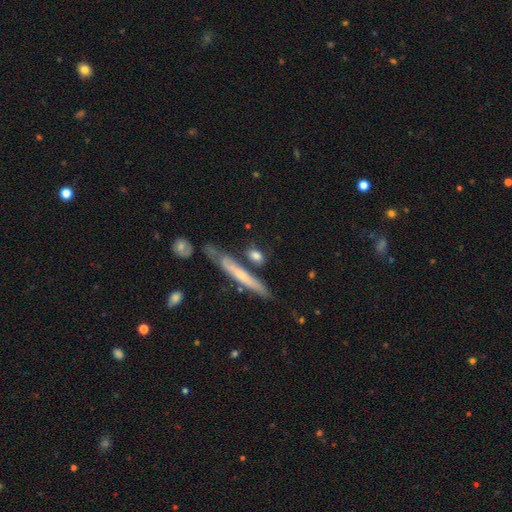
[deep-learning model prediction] smooth_or_featured: smooth (p=0.71) [alt: featured or disk p=0.22]
how_rounded: cigar-shaped (p=0.49) [alt: in between p=0.34]
merging: none (p=0.63) [alt: minor disturbance p=0.16]